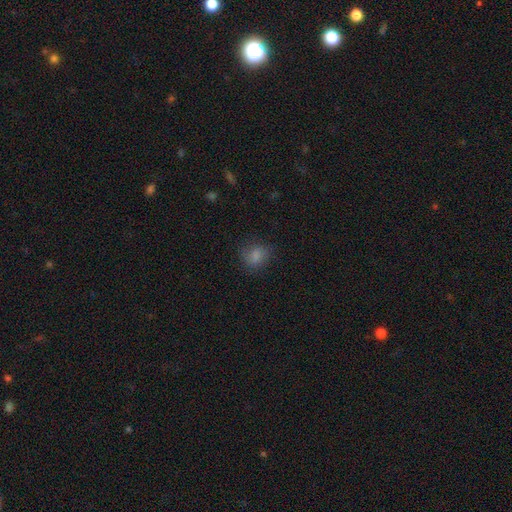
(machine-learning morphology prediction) Smooth or featured? smooth (79%)
How rounded? round (60%)
Merging? none (73%)